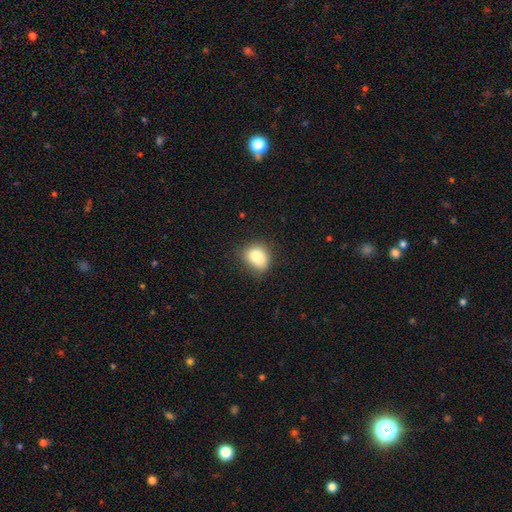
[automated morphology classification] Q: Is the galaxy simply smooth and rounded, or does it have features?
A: smooth — 79%.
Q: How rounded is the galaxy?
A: in between — 54%.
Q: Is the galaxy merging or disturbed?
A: none — 57%.